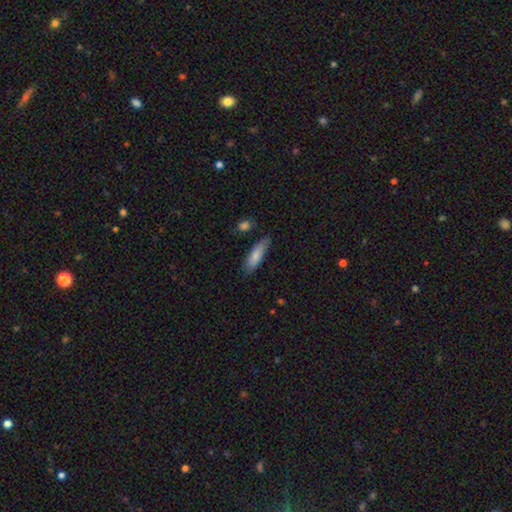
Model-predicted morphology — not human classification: smooth 80%, featured or disk 14%, star or artifact 6%. Down the decision tree: how rounded — in between (50%); merging — none (68%).